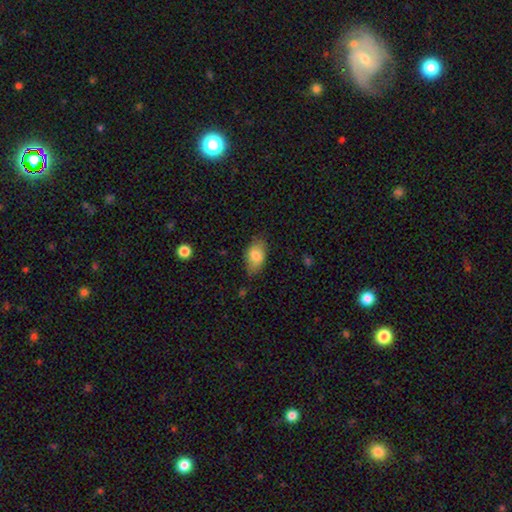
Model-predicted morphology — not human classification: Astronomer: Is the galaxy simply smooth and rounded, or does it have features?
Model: smooth — 81%.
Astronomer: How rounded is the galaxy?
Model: in between — 91%.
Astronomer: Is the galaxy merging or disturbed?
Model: none — 77%.